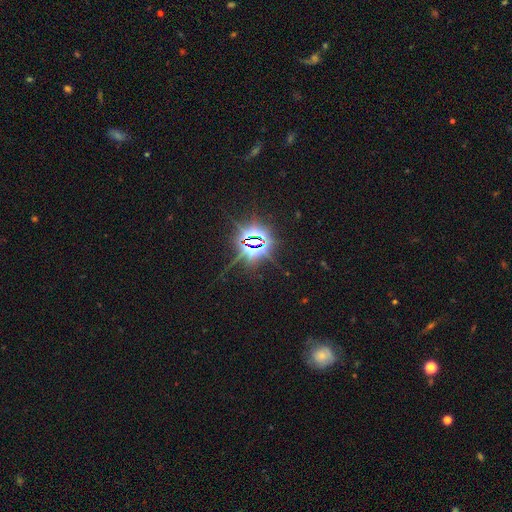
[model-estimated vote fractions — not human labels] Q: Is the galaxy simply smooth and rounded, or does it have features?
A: star or artifact — 83%.